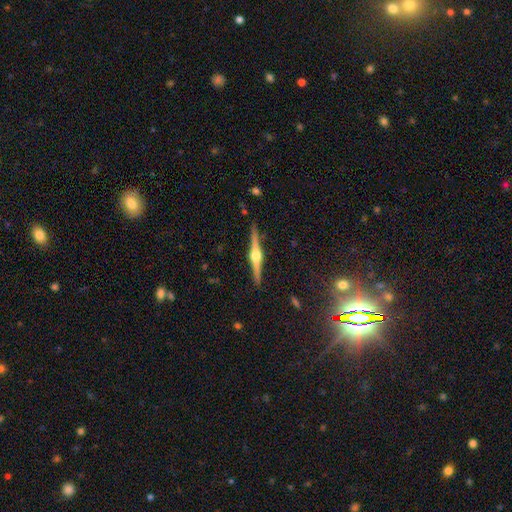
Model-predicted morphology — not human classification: A featured or disk galaxy (85%) viewed edge-on (99%) with a rounded central bulge (94%). Merging: none (90%).